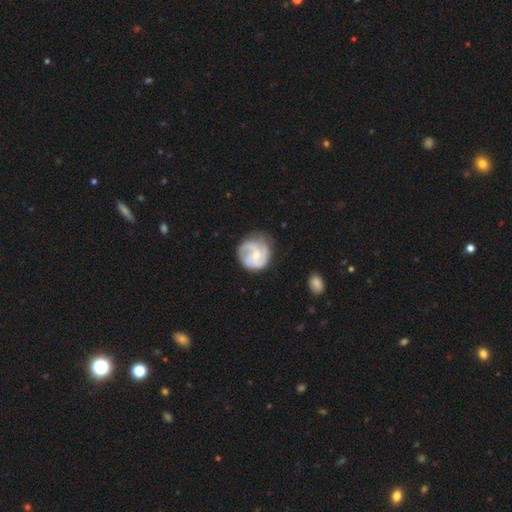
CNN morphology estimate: Smooth or featured? featured or disk (72%)
Edge-on disk? no (98%)
Bar? no (62%)
Spiral arms? yes (91%)
Spiral winding? medium (45%)
Spiral arm count? 2 (35%)
Bulge size? small (56%)
Merging? none (63%)